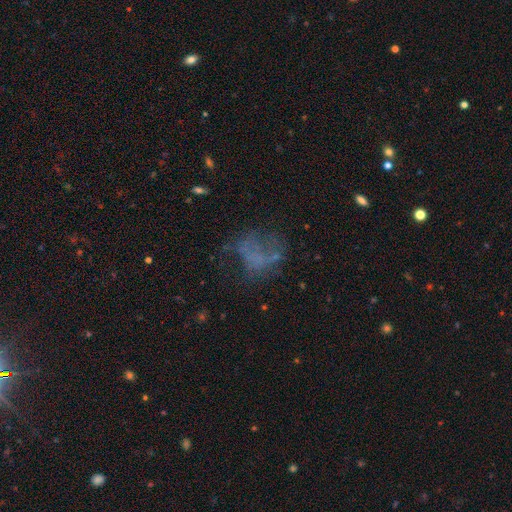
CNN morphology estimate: Overall: featured or disk (40%; smooth 35%). Merging: none (41%; major disturbance 35%).